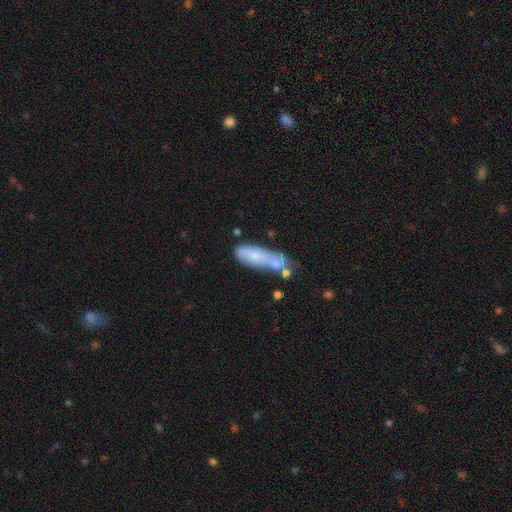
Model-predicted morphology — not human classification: Smooth or featured? smooth (62%)
How rounded? cigar-shaped (50%)
Merging? none (34%)